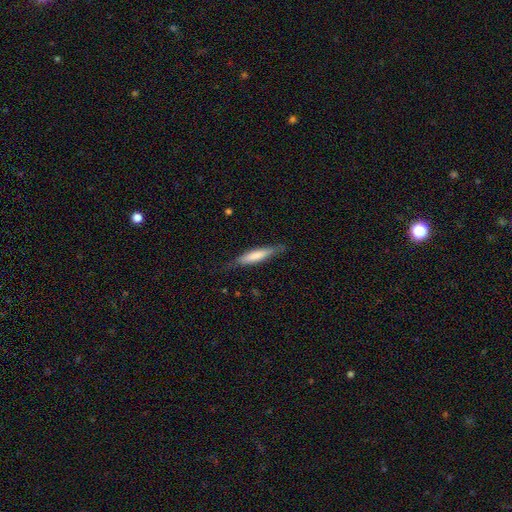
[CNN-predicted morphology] Q: Smooth or featured?
A: smooth (69%); runner-up: featured or disk (25%)
Q: How rounded?
A: cigar-shaped (84%); runner-up: in between (15%)
Q: Merging?
A: none (78%); runner-up: minor disturbance (17%)